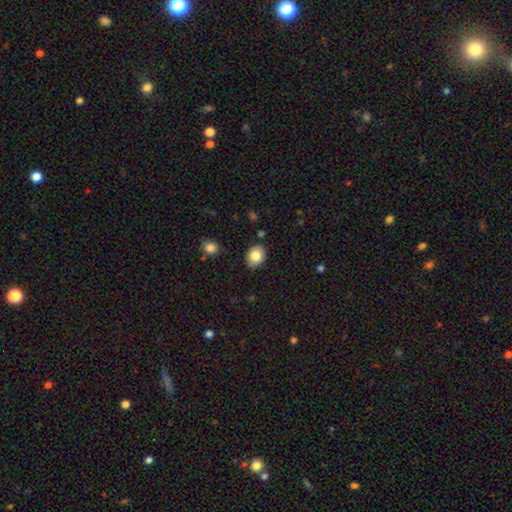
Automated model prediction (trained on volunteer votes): Smooth or featured?
  - smooth: 83% *
  - star or artifact: 9%
  - featured or disk: 8%
How rounded?
  - round: 52% *
  - in between: 47%
  - cigar-shaped: 1%
Merging?
  - none: 83% *
  - minor disturbance: 13%
  - major disturbance: 2%
  - merger: 2%